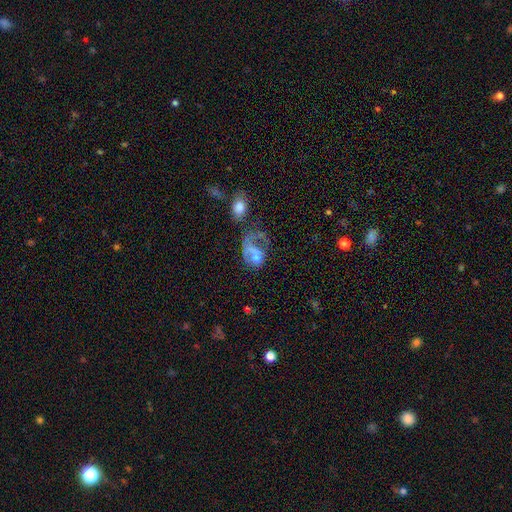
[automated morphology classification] This is possibly a featured or disk galaxy (47%). Merging: possibly major disturbance (51%).